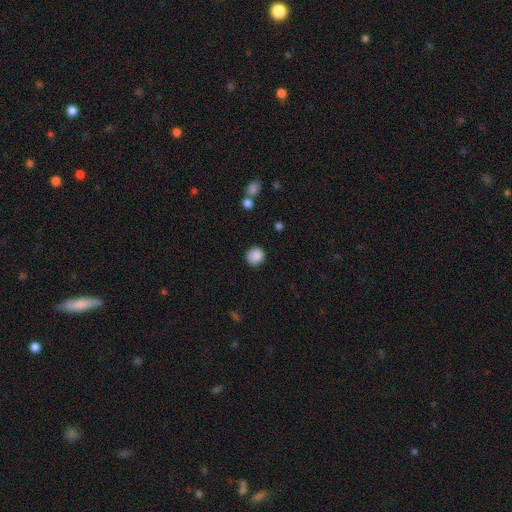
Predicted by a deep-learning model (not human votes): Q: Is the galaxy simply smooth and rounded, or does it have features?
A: smooth — 87%.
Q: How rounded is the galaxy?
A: round — 89%.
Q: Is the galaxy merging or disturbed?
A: none — 87%.